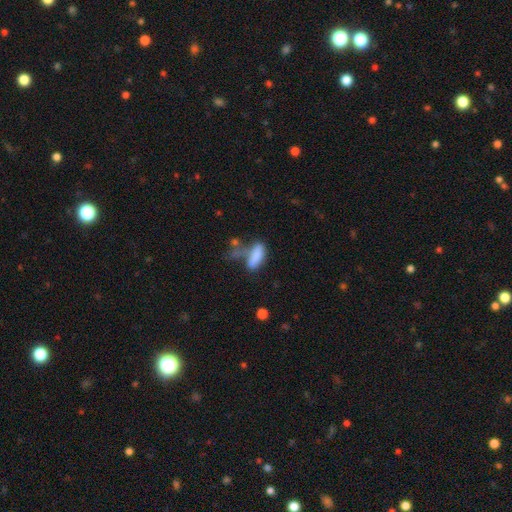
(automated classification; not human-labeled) A smooth galaxy with no disk features (77%) that is in between round and cigar-shaped (66%). Merging: none (35%).